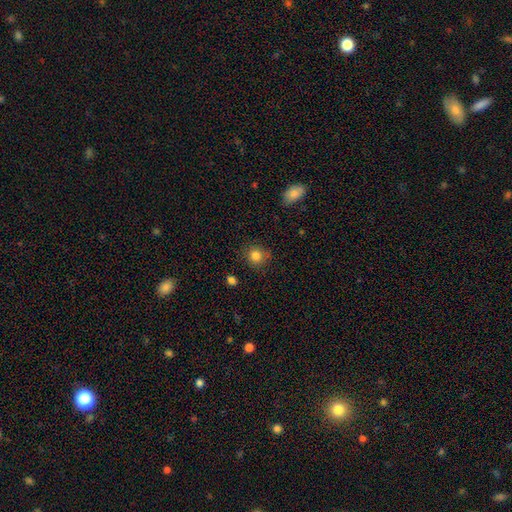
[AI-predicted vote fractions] Morphology: type=smooth (83%); roundness=round (86%); merging=none (82%).